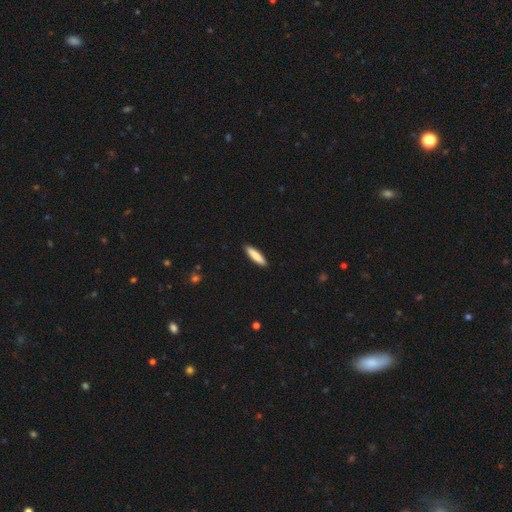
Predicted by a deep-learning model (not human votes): A smooth galaxy with no disk features (83%) that is cigar-shaped (77%). Merging: none (91%).